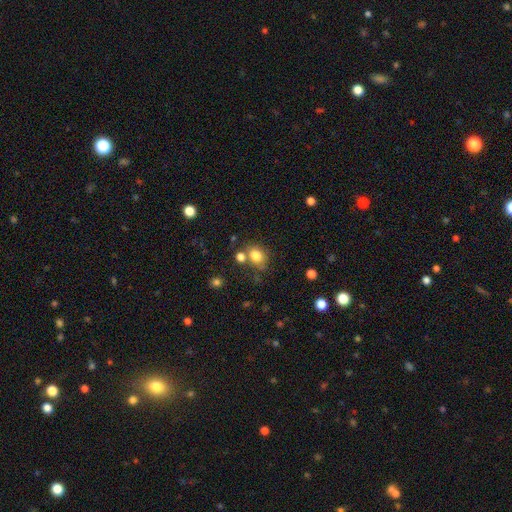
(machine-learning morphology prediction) type=smooth (81%); roundness=round (54%); merging=none (64%).